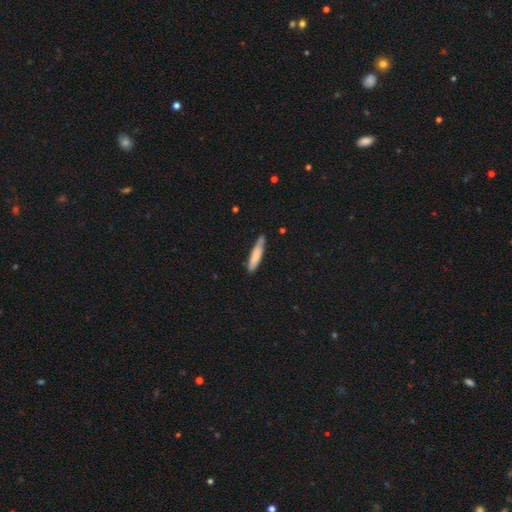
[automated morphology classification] Smooth or featured?
  - smooth: 74% *
  - featured or disk: 20%
  - star or artifact: 6%
How rounded?
  - cigar-shaped: 87% *
  - in between: 12%
  - round: 1%
Merging?
  - none: 73% *
  - minor disturbance: 21%
  - major disturbance: 3%
  - merger: 3%